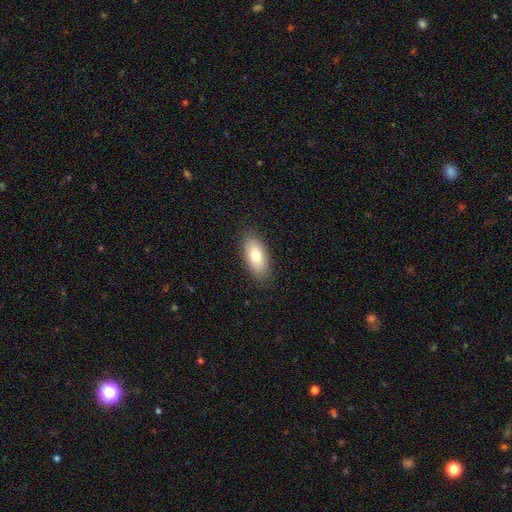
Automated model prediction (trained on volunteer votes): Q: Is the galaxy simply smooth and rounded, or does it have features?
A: smooth — 77%.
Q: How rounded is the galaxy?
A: in between — 88%.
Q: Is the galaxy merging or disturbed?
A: none — 87%.